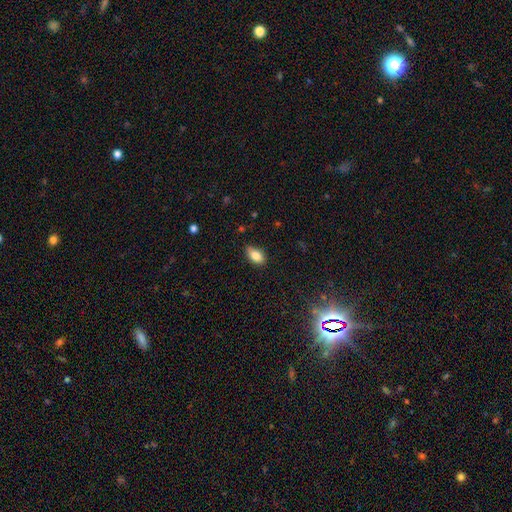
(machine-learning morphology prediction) Smooth or featured: smooth — 83% (featured or disk — 9%)
How rounded: in between — 89% (round — 8%)
Merging: none — 77% (minor disturbance — 19%)